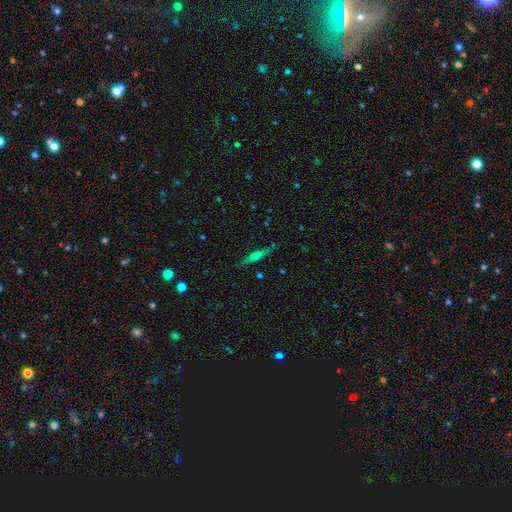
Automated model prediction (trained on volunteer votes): This appears to be a featured or disk galaxy (56%) viewed edge-on (96%) with a rounded central bulge (67%). Merging: none (85%).